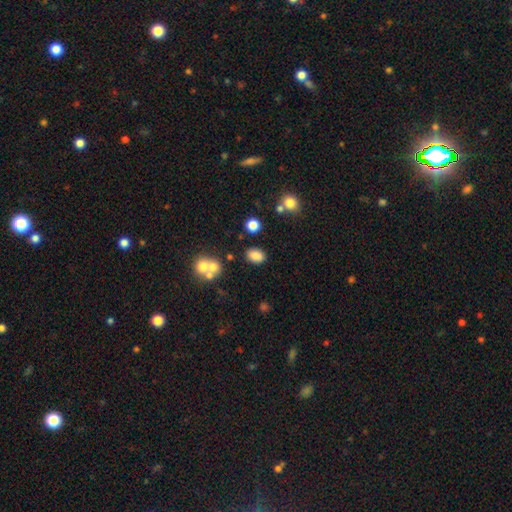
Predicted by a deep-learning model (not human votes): Smooth or featured? smooth (82%)
How rounded? in between (76%)
Merging? none (78%)